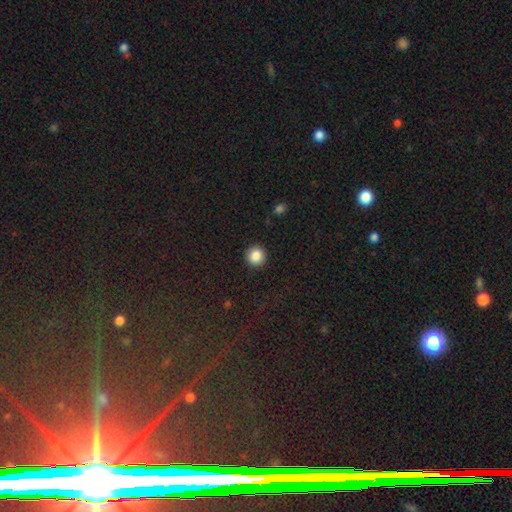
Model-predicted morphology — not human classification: This appears to be a smooth galaxy with no disk features (86%) that is round (94%). Merging: none (92%).